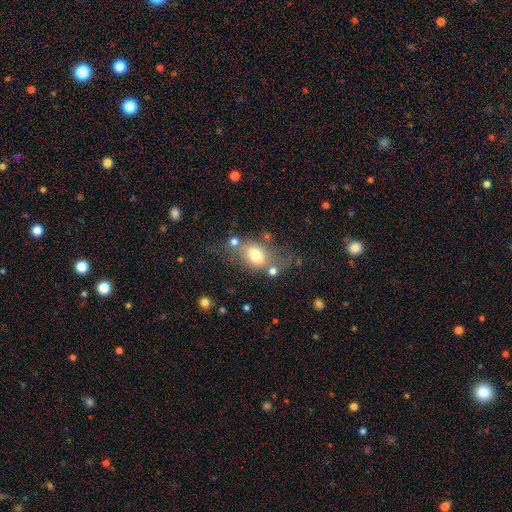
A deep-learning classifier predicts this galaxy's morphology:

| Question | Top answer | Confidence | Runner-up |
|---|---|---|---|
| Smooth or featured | smooth | 69% | featured or disk (20%) |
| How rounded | in between | 73% | round (23%) |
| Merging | none | 51% | minor disturbance (20%) |